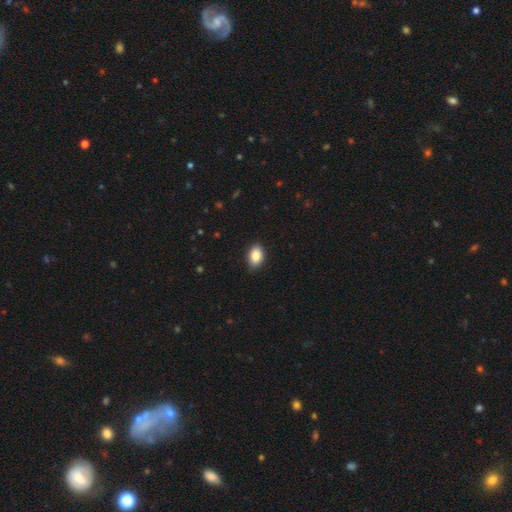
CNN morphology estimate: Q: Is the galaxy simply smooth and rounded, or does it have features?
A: smooth — 87%.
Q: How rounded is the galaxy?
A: in between — 88%.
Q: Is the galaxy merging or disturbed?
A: none — 88%.